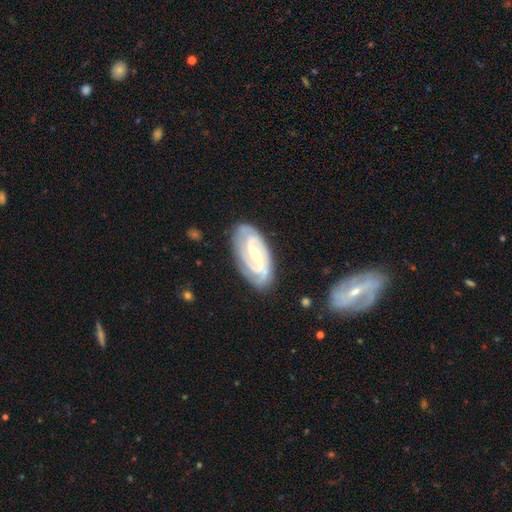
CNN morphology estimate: Q: Smooth or featured?
A: featured or disk (87%); runner-up: smooth (9%)
Q: Edge-on disk?
A: no (95%); runner-up: yes (5%)
Q: Bar?
A: strong (60%); runner-up: weak (30%)
Q: Spiral arms?
A: yes (96%); runner-up: no (4%)
Q: Spiral winding?
A: tight (57%); runner-up: medium (34%)
Q: Spiral arm count?
A: 2 (74%); runner-up: can't tell (10%)
Q: Bulge size?
A: moderate (44%); runner-up: small (41%)
Q: Merging?
A: none (80%); runner-up: minor disturbance (14%)